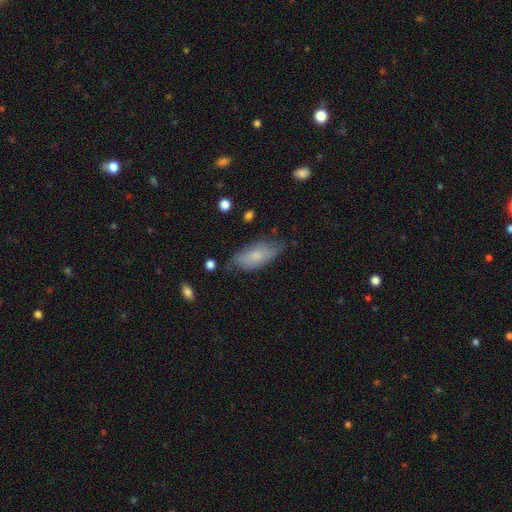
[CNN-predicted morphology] Overall: smooth (67%). How rounded: in between (84%). Merging: none (64%; minor disturbance 29%).